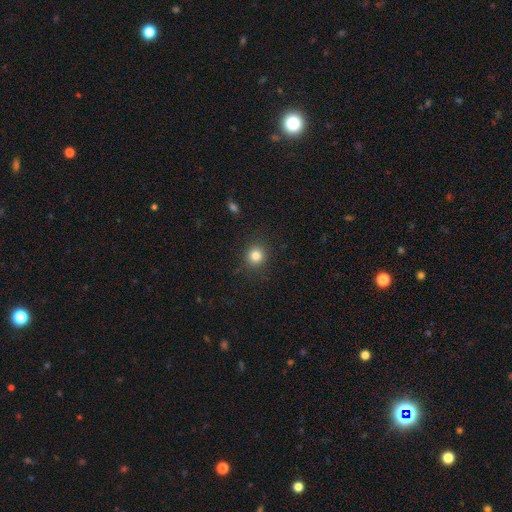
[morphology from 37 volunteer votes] smooth-or-featured: smooth: 86% | featured or disk: 8% | star or artifact: 5%
  how-rounded: round: 84% | in between: 9% | cigar-shaped: 6%
  merging: none: 83% | minor disturbance: 9% | major disturbance: 9% | merger: 0%